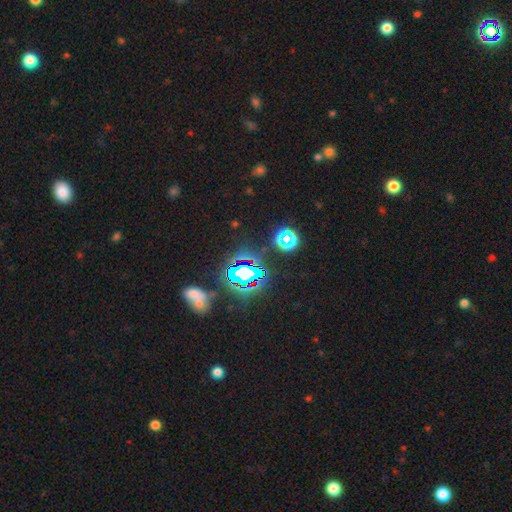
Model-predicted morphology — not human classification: A star or artifact, not a galaxy (79%).

Vote fractions:
- Smooth or featured? star or artifact: 79% / smooth: 14% / featured or disk: 7%